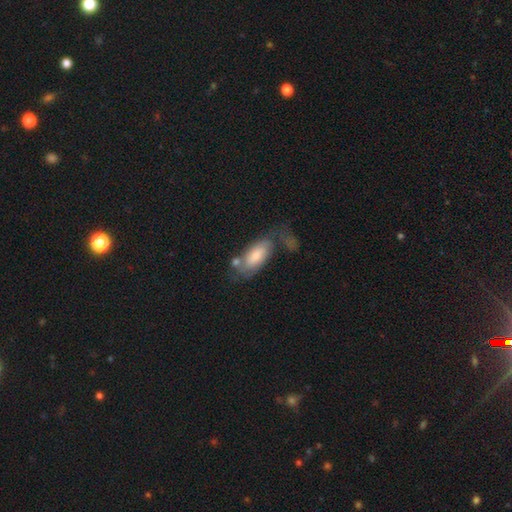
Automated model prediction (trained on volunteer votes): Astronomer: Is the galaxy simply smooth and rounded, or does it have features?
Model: smooth — 68%.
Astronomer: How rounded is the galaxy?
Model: in between — 87%.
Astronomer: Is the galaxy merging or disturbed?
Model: none — 40% (runner-up: minor disturbance, 26%).